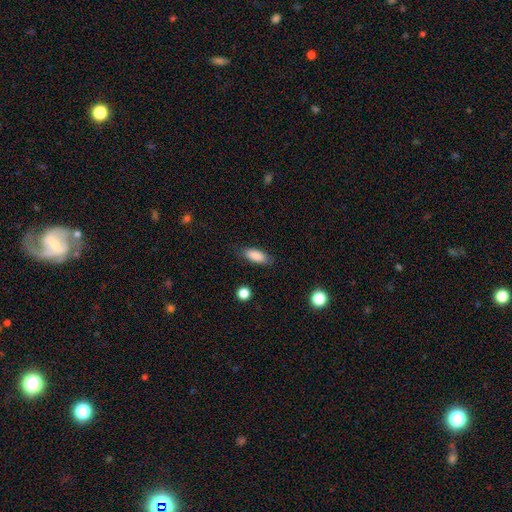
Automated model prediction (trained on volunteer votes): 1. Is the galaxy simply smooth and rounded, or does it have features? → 86% smooth, 7% star or artifact, 7% featured or disk.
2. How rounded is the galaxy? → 75% in between, 23% cigar-shaped, 2% round.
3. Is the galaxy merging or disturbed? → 83% none, 12% minor disturbance, 3% major disturbance, 1% merger.